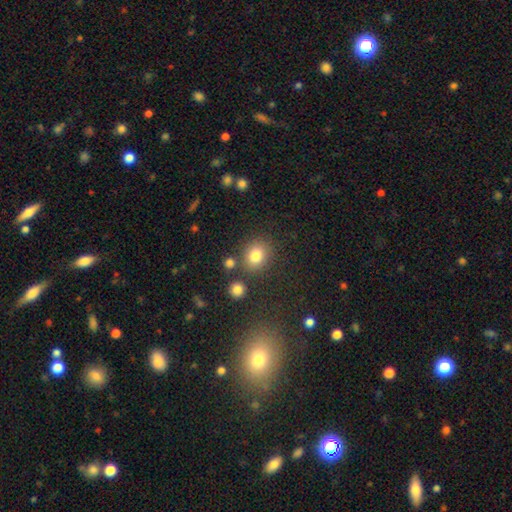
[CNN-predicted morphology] Smooth or featured? smooth (80%)
How rounded? round (67%)
Merging? none (76%)